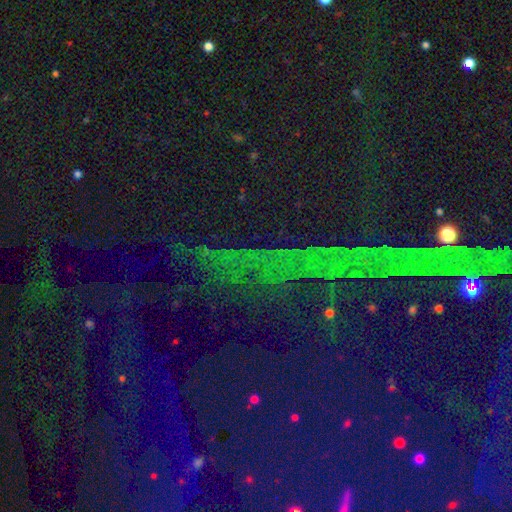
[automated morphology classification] A star or artifact, not a galaxy (85%).